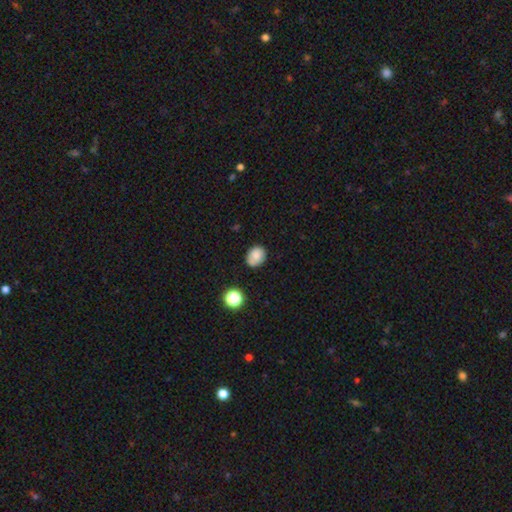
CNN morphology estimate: A smooth galaxy with no disk features (82%) that is round (51%). Merging: none (74%).